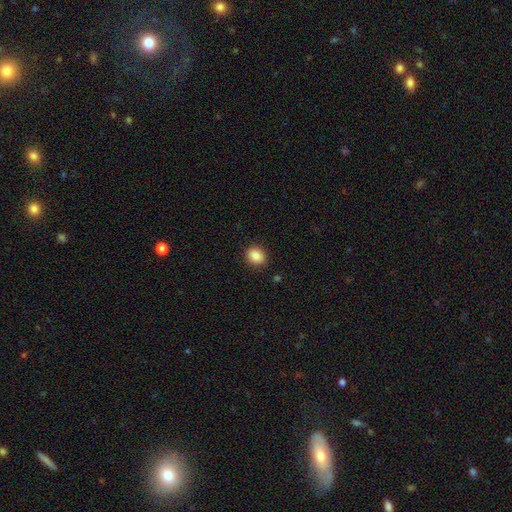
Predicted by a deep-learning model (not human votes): Q: Smooth or featured?
A: smooth (86%); runner-up: star or artifact (9%)
Q: How rounded?
A: round (69%); runner-up: in between (30%)
Q: Merging?
A: none (90%); runner-up: minor disturbance (7%)